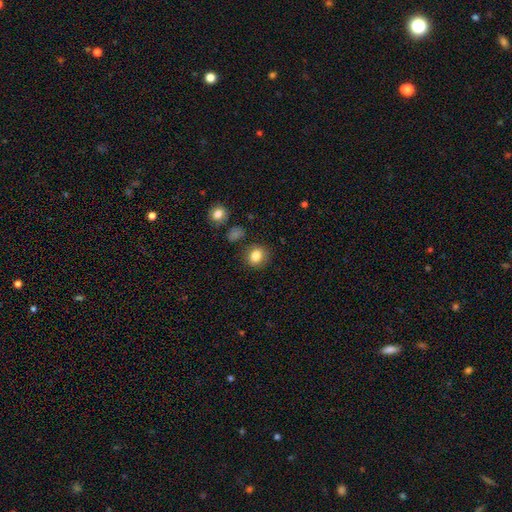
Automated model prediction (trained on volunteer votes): A smooth galaxy with no disk features (84%) that is round (71%).

Vote fractions:
- Smooth or featured? smooth: 84% / star or artifact: 10% / featured or disk: 6%
- How rounded? round: 71% / in between: 28% / cigar-shaped: 1%
- Merging? none: 82% / minor disturbance: 11% / major disturbance: 4% / merger: 3%